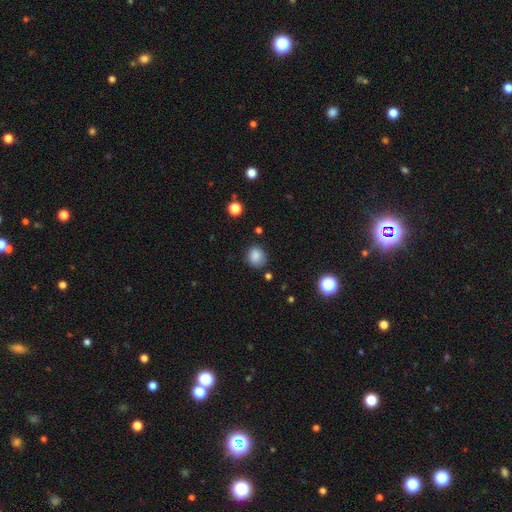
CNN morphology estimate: smooth_or_featured: smooth (p=0.85) [alt: star or artifact p=0.11]
how_rounded: round (p=0.75) [alt: in between p=0.24]
merging: none (p=0.80) [alt: minor disturbance p=0.14]